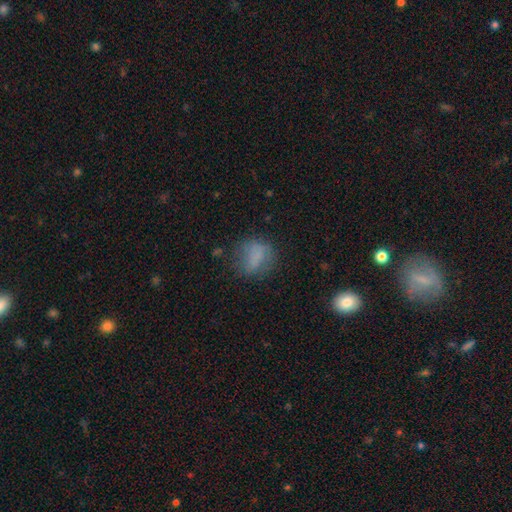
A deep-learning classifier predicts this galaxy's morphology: A smooth galaxy with no disk features (71%) that is round (50%). Merging: none (59%).